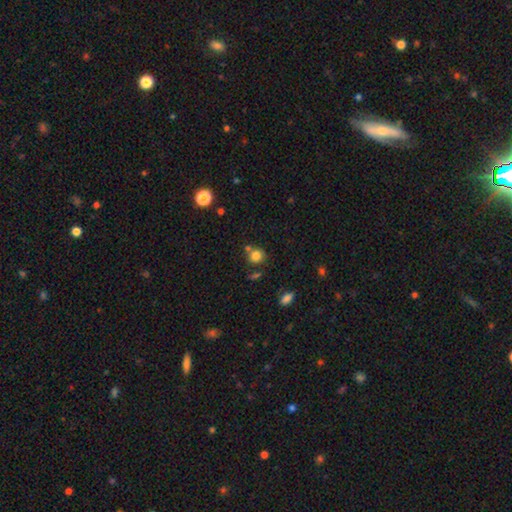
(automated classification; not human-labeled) smooth-or-featured: smooth: 81% | star or artifact: 13% | featured or disk: 7%
  how-rounded: round: 84% | in between: 15% | cigar-shaped: 1%
  merging: none: 65% | merger: 20% | minor disturbance: 12% | major disturbance: 4%